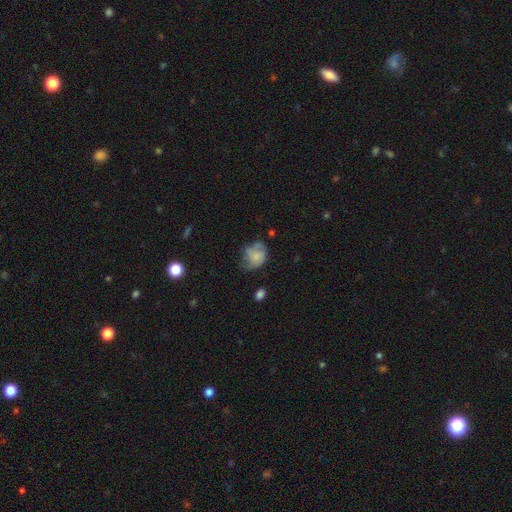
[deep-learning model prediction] Smooth or featured? Predicted: smooth (p=0.57). How rounded? Predicted: in between (p=0.50). Merging? Predicted: none (p=0.41).